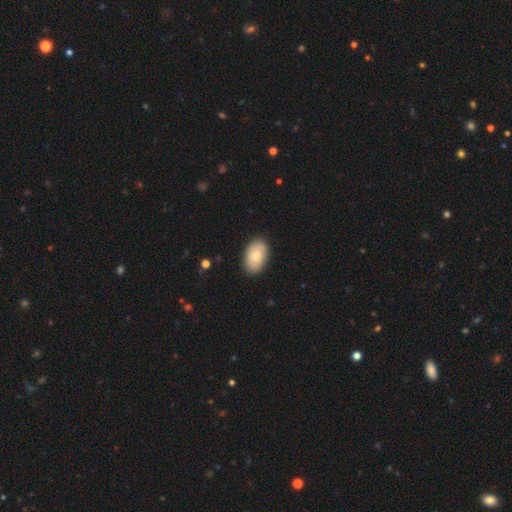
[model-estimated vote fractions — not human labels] The model was most divided on "smooth or featured": smooth: 79%, featured or disk: 15%, star or artifact: 6%. More confident: how rounded — in between (91%); merging — none (87%).